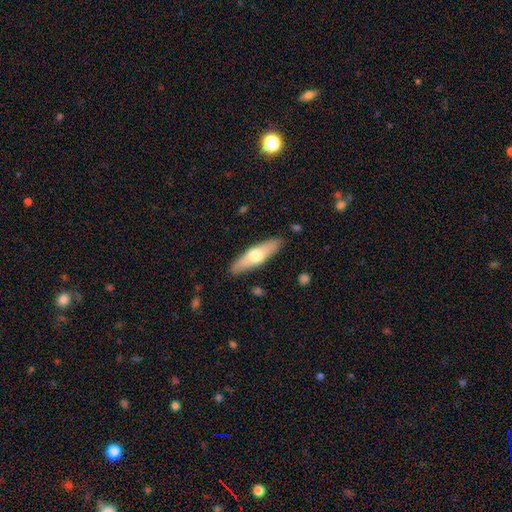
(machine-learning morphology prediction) Smooth or featured?
  - smooth: 51% *
  - featured or disk: 44%
  - star or artifact: 5%
How rounded?
  - cigar-shaped: 65% *
  - in between: 33%
  - round: 2%
Merging?
  - none: 88% *
  - minor disturbance: 9%
  - major disturbance: 2%
  - merger: 1%